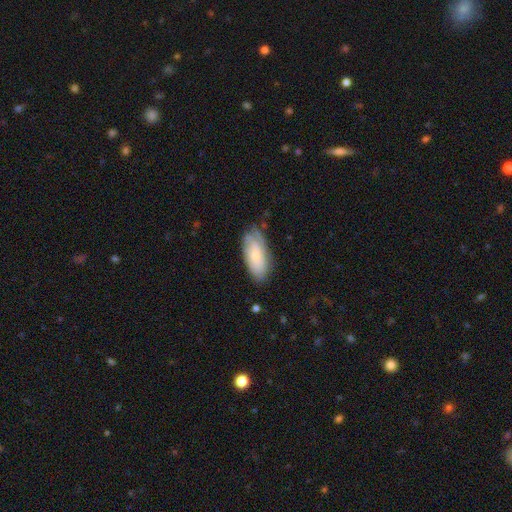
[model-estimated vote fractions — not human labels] smooth_or_featured: smooth (p=0.54) [alt: featured or disk p=0.39]
how_rounded: in between (p=0.87) [alt: cigar-shaped p=0.11]
merging: none (p=0.68) [alt: minor disturbance p=0.24]